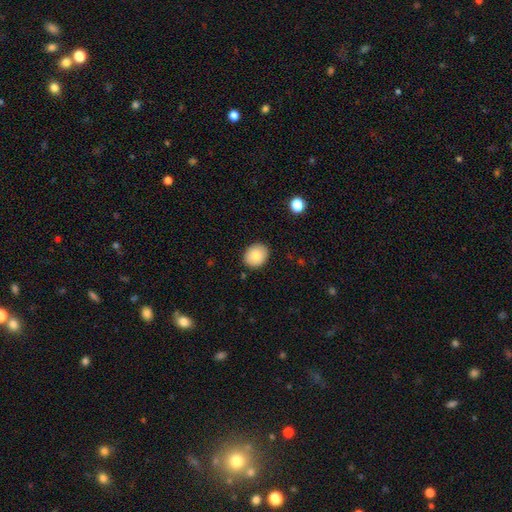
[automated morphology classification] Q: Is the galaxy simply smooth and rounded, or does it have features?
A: smooth — 84%.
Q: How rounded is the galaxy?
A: round — 52%.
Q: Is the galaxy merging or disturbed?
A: none — 89%.